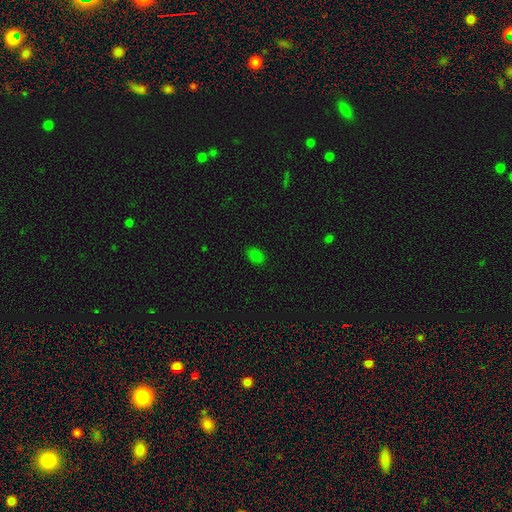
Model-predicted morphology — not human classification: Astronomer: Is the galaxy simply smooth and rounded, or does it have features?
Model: smooth — 79%.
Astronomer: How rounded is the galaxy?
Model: in between — 84%.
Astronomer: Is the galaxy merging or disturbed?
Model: none — 85%.